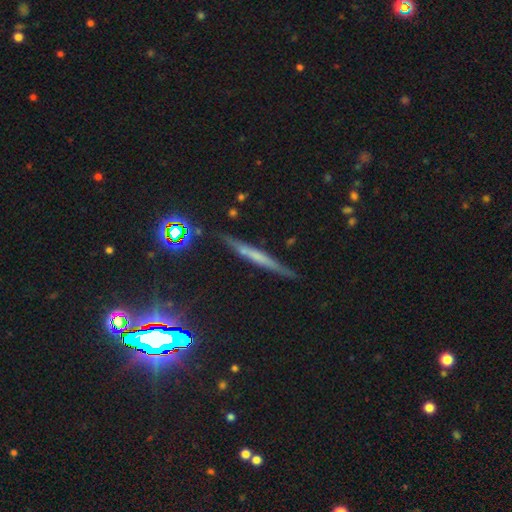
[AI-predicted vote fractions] A featured or disk galaxy (48%). Merging: none (84%).